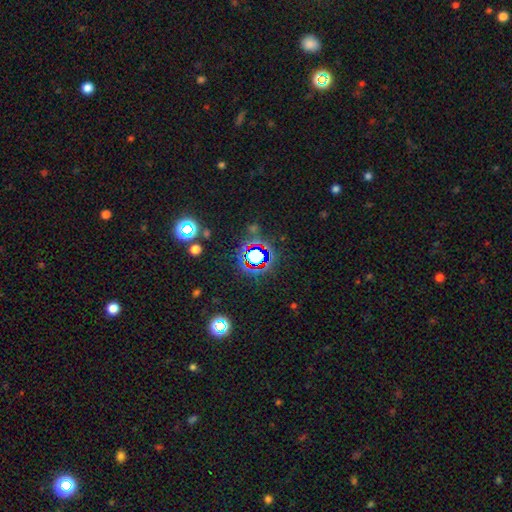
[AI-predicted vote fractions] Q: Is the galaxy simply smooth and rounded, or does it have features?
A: star or artifact — 69%.